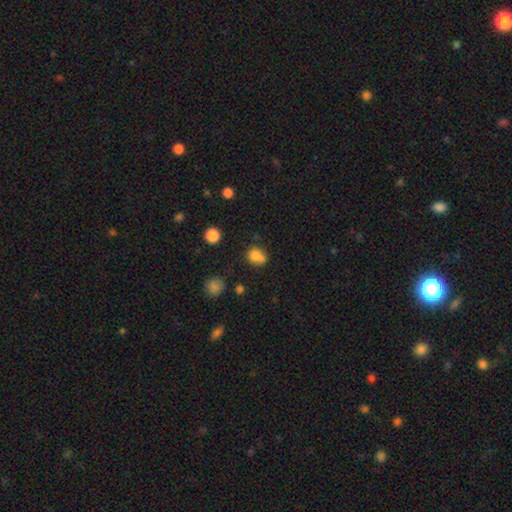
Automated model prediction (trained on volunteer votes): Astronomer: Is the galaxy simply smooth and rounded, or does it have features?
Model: smooth — 76%.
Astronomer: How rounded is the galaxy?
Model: round — 74%.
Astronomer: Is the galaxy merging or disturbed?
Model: none — 45% (runner-up: merger, 34%).